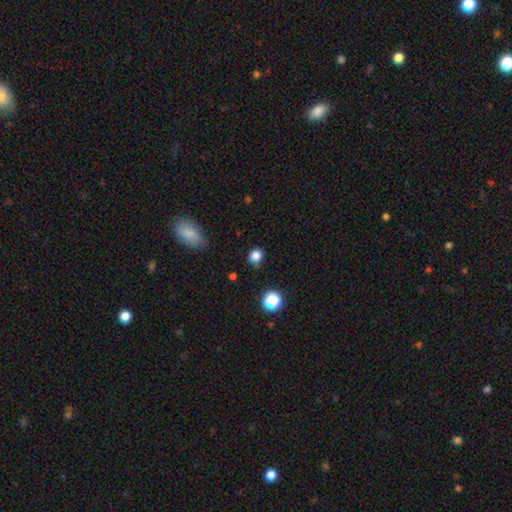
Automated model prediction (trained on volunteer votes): smooth-or-featured: smooth: 83% | star or artifact: 13% | featured or disk: 4%
  how-rounded: round: 70% | in between: 29% | cigar-shaped: 1%
  merging: none: 78% | minor disturbance: 16% | major disturbance: 4% | merger: 2%